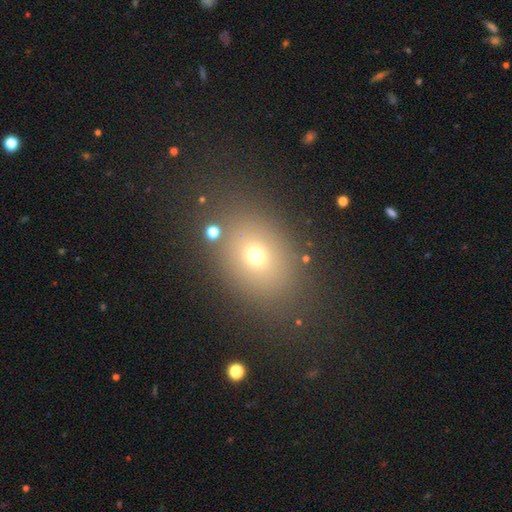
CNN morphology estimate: Overall: smooth (67%). How rounded: in between (58%; round 41%). Merging: none (80%).